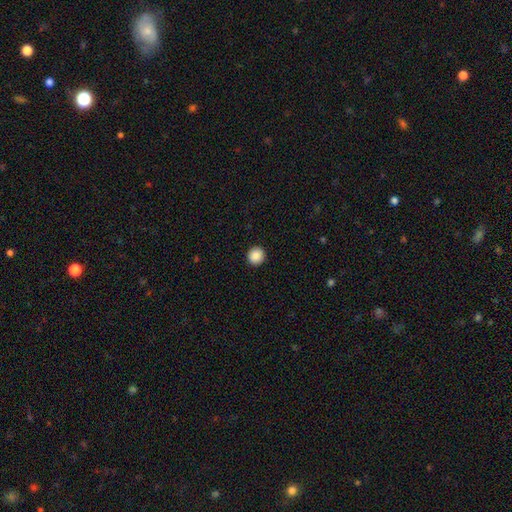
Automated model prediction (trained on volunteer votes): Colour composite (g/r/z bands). It shows a smooth galaxy with no disk features (89%) that is round (94%). Merging: none (93%).